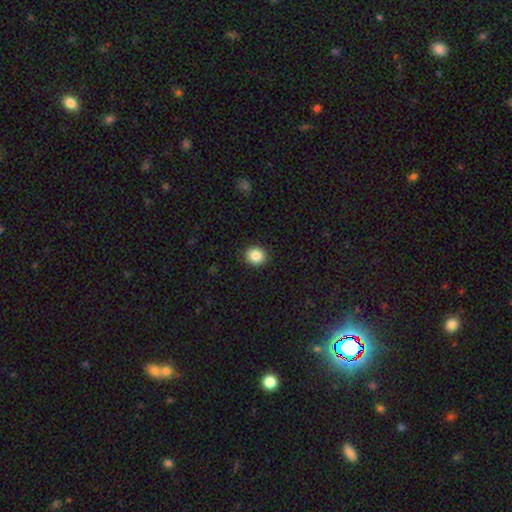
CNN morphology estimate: smooth-or-featured: smooth: 86% | star or artifact: 10% | featured or disk: 5%
  how-rounded: round: 85% | in between: 14% | cigar-shaped: 1%
  merging: none: 92% | minor disturbance: 6% | major disturbance: 2% | merger: 1%